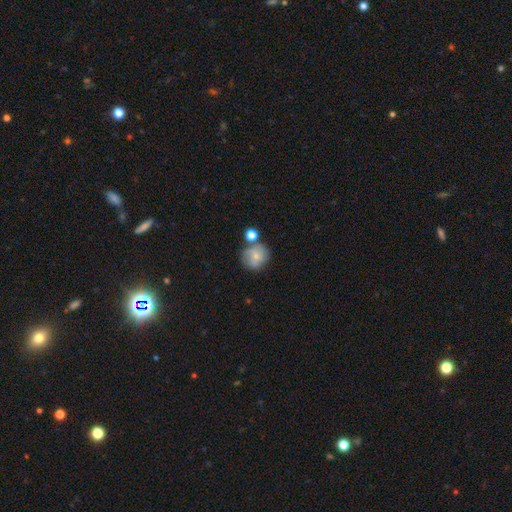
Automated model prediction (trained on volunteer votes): A smooth galaxy with no disk features (62%) that is round (82%). Merging: none (55%).